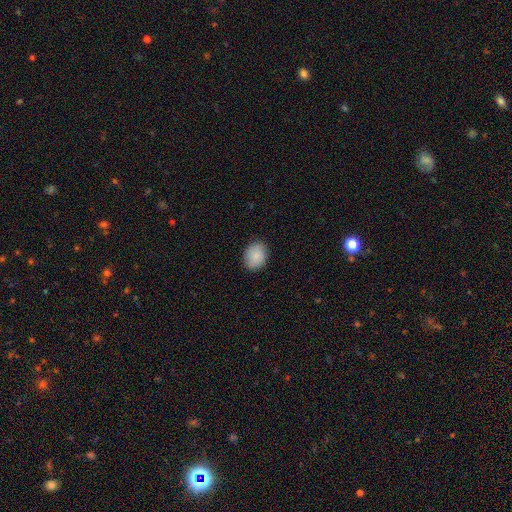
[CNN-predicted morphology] This appears to be a smooth galaxy with no disk features (88%) that is in between round and cigar-shaped (57%). Merging: none (85%).